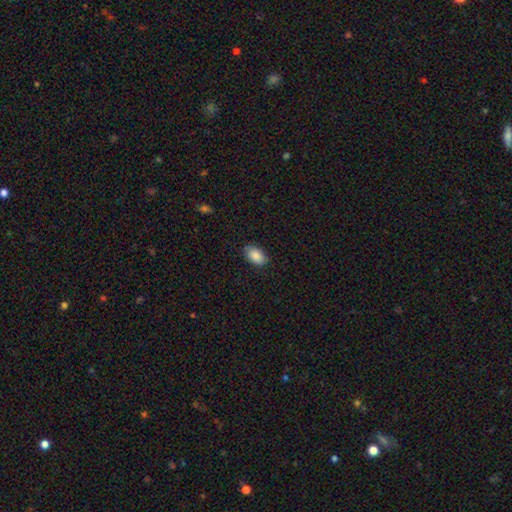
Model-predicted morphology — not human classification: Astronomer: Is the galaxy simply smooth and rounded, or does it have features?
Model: smooth — 87%.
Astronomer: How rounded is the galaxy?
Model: in between — 91%.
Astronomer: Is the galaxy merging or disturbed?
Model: none — 84%.